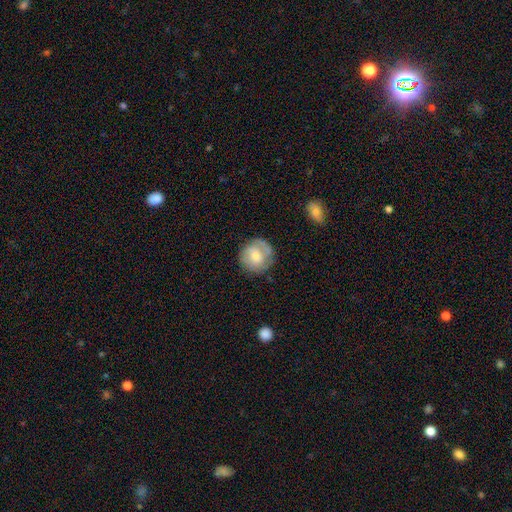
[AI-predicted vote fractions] This is possibly a smooth galaxy (50%). How rounded: clearly round (90%). Merging: likely none (74%).